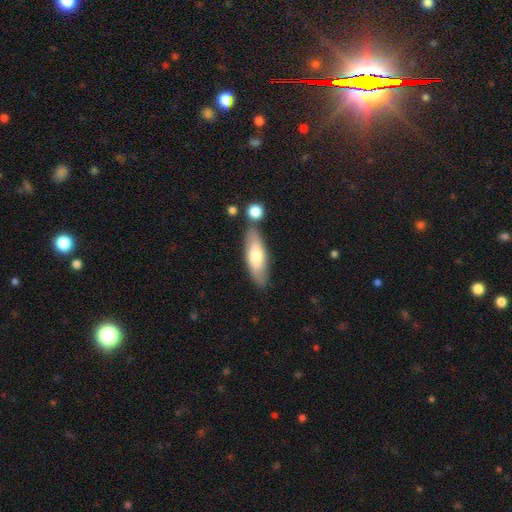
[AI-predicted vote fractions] Smooth or featured? smooth (63%)
How rounded? in between (63%)
Merging? none (75%)